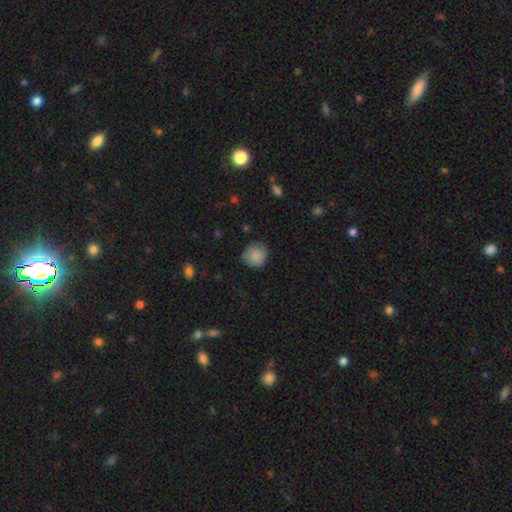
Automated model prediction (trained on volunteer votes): Morphology: type=smooth (85%); roundness=round (85%); merging=none (77%).